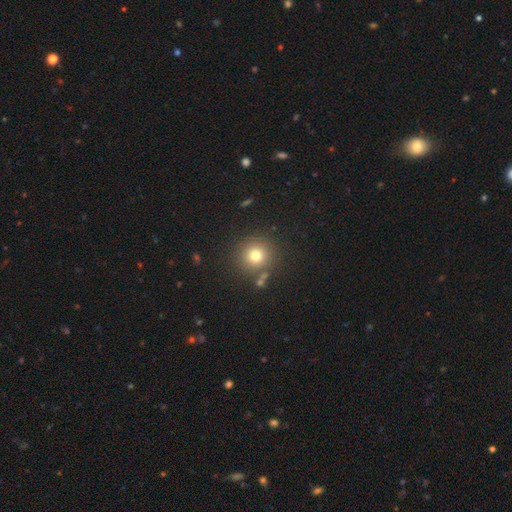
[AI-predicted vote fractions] Q: Smooth or featured?
A: smooth (75%); runner-up: star or artifact (16%)
Q: How rounded?
A: round (93%); runner-up: in between (6%)
Q: Merging?
A: none (83%); runner-up: minor disturbance (8%)